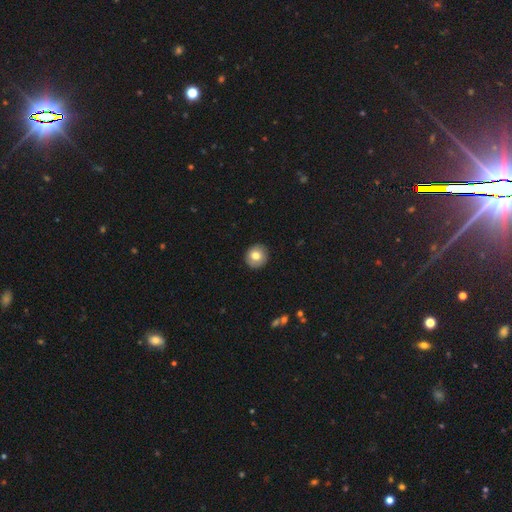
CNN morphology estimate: Smooth or featured: smooth — 77% (featured or disk — 14%)
How rounded: round — 90% (in between — 9%)
Merging: none — 90% (minor disturbance — 8%)